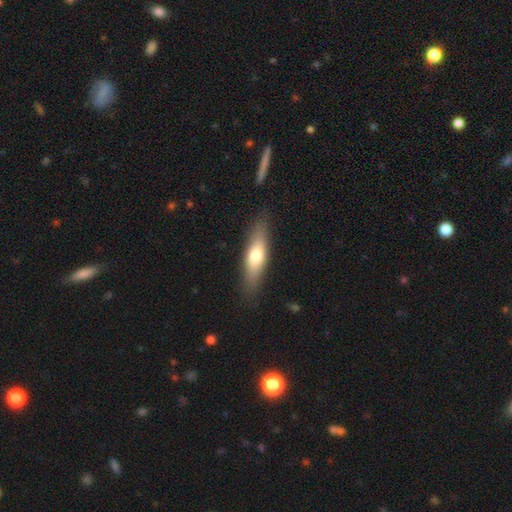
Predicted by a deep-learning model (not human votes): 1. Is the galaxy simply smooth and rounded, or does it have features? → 64% smooth, 30% featured or disk, 6% star or artifact.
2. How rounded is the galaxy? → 57% cigar-shaped, 41% in between, 2% round.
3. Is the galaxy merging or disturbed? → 84% none, 12% minor disturbance, 3% major disturbance, 1% merger.